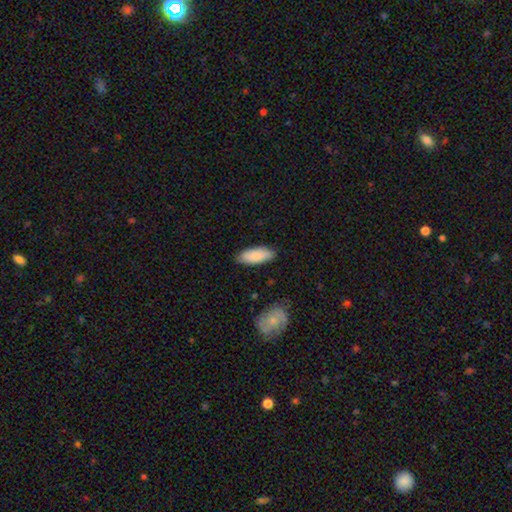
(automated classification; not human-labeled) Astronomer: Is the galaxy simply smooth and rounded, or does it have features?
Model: smooth — 87%.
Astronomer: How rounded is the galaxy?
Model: in between — 79%.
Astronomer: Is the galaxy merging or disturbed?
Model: none — 83%.